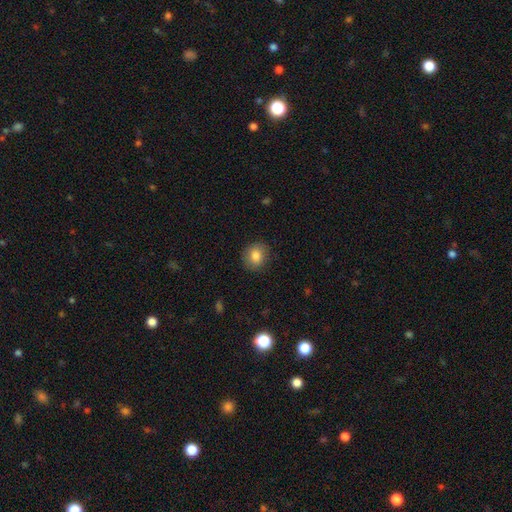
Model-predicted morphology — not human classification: smooth_or_featured: smooth (p=0.82) [alt: star or artifact p=0.09]
how_rounded: round (p=0.75) [alt: in between p=0.24]
merging: none (p=0.85) [alt: minor disturbance p=0.11]